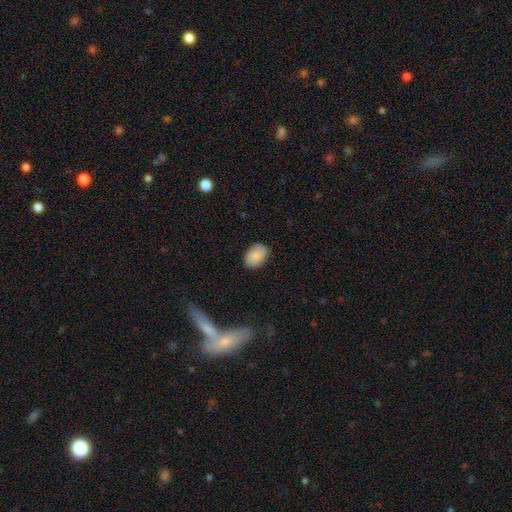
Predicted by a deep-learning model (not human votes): Q: Smooth or featured?
A: smooth (86%); runner-up: star or artifact (7%)
Q: How rounded?
A: in between (83%); runner-up: round (16%)
Q: Merging?
A: none (83%); runner-up: minor disturbance (13%)